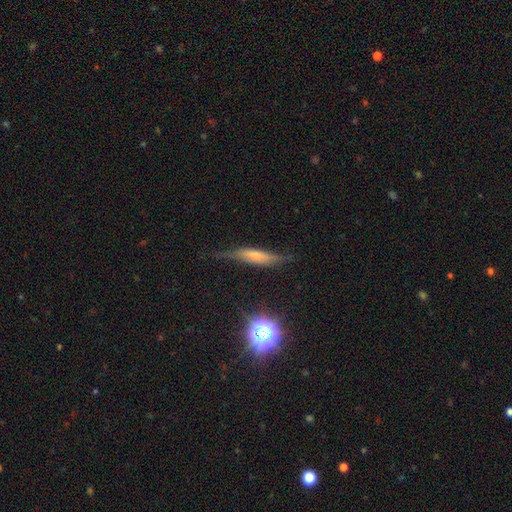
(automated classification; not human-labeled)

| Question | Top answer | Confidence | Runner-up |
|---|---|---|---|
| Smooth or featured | featured or disk | 46% | smooth (43%) |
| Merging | none | 64% | minor disturbance (25%) |